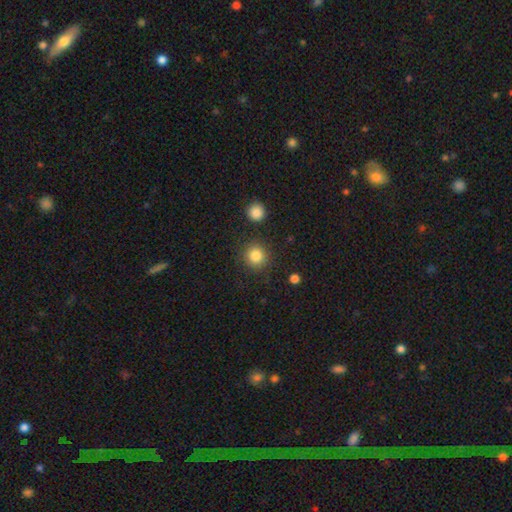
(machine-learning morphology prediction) The model was most divided on "smooth or featured": smooth: 84%, star or artifact: 10%, featured or disk: 5%. More confident: how rounded — round (91%); merging — none (87%).